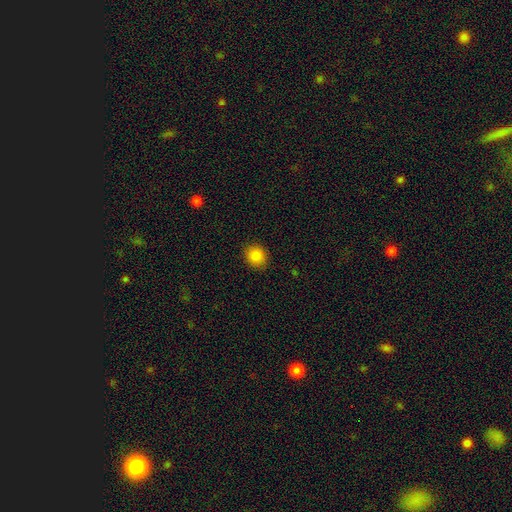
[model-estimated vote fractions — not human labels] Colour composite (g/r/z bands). It shows a smooth galaxy with no disk features (85%) that is round (74%). Merging: none (90%).